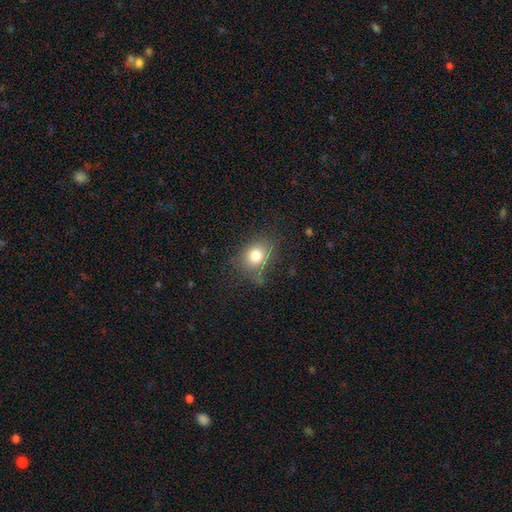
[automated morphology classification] smooth 78%, star or artifact 12%, featured or disk 10%. Down the decision tree: how rounded — round (60%); merging — none (71%).